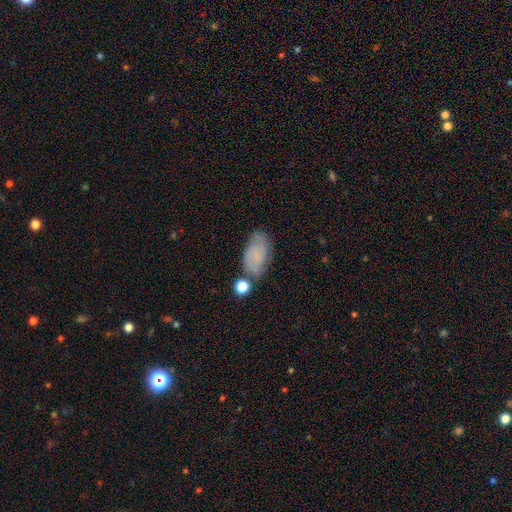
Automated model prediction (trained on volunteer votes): Smooth or featured?
  - smooth: 59% *
  - featured or disk: 31%
  - star or artifact: 10%
How rounded?
  - in between: 91% *
  - round: 6%
  - cigar-shaped: 3%
Merging?
  - none: 60% *
  - minor disturbance: 24%
  - merger: 9%
  - major disturbance: 8%